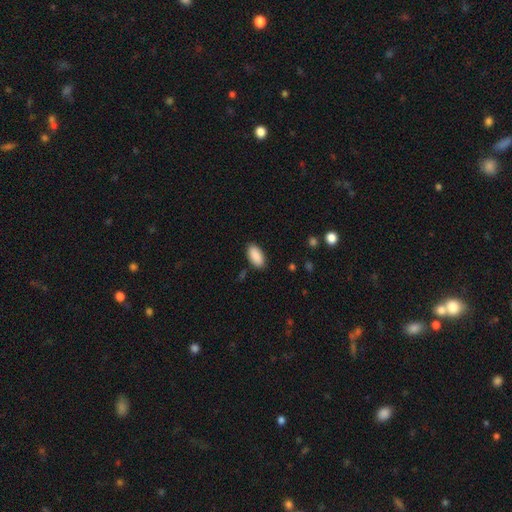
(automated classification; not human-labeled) Q: Smooth or featured?
A: smooth (90%); runner-up: star or artifact (6%)
Q: How rounded?
A: in between (93%); runner-up: cigar-shaped (5%)
Q: Merging?
A: none (87%); runner-up: minor disturbance (9%)